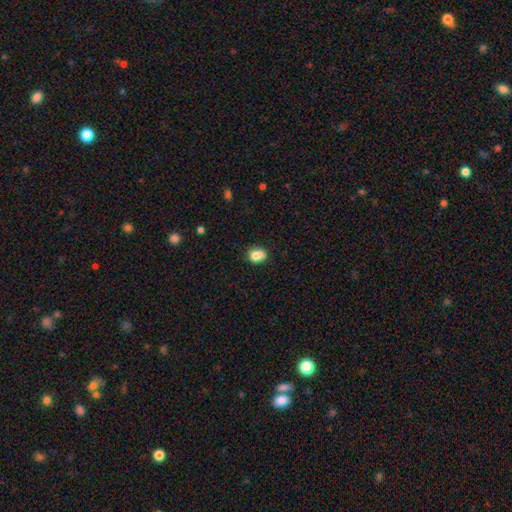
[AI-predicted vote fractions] Smooth or featured? smooth (81%)
How rounded? in between (50%)
Merging? none (65%)